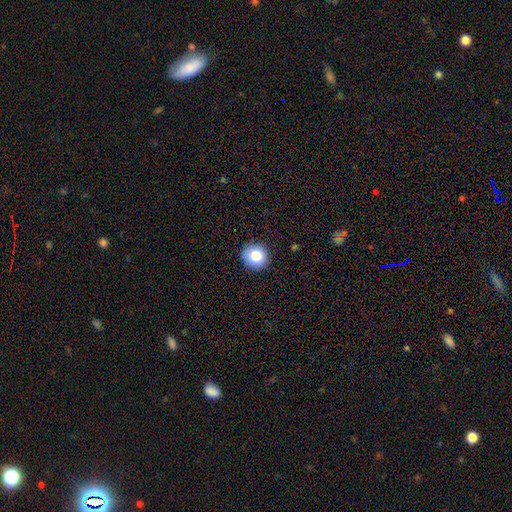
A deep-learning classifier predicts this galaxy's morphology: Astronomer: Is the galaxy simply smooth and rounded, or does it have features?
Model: smooth — 84%.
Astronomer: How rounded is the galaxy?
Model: round — 93%.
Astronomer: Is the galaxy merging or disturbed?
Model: none — 91%.